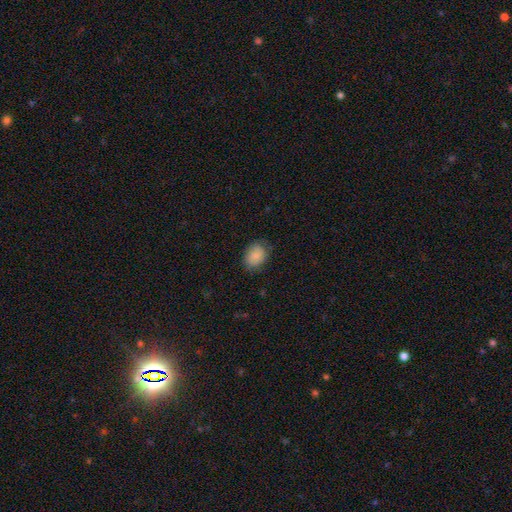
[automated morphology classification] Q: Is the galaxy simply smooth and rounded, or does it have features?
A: smooth — 85%.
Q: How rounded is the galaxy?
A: in between — 62%.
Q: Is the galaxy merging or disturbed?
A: none — 77%.